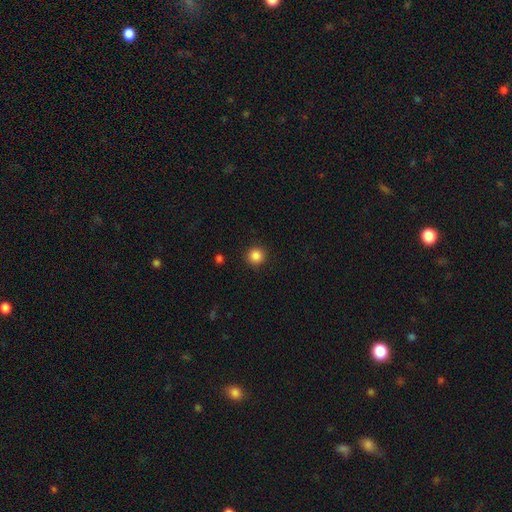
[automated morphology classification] Smooth or featured? Predicted: smooth (p=0.86). How rounded? Predicted: round (p=0.94). Merging? Predicted: none (p=0.92).